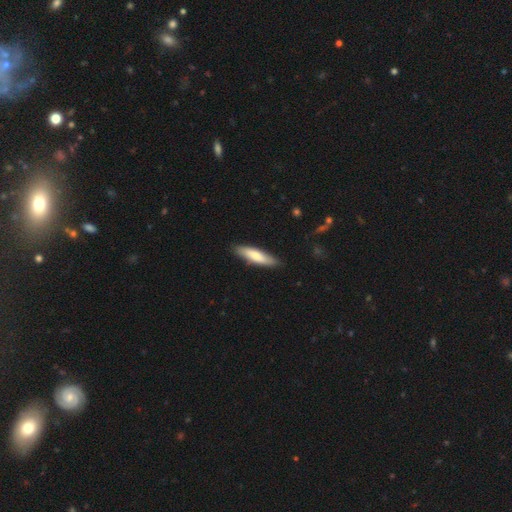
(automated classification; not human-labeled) The model was most divided on "how rounded": cigar-shaped: 69%, in between: 29%, round: 1%. More confident: merging — none (86%); smooth or featured — smooth (73%).